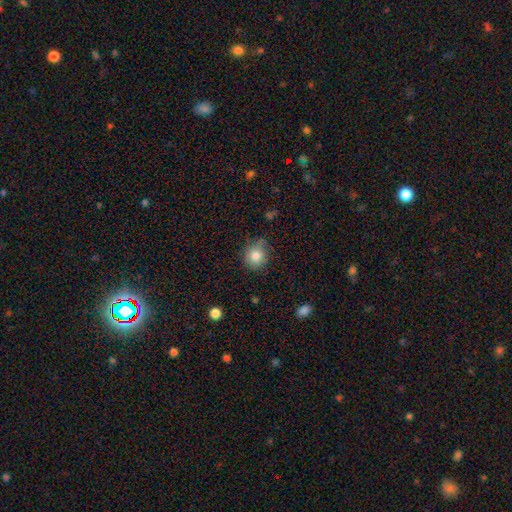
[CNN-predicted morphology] Smooth or featured? smooth (82%)
How rounded? round (76%)
Merging? none (64%)